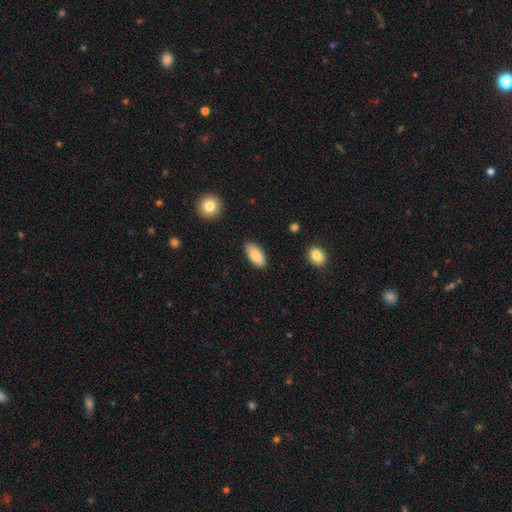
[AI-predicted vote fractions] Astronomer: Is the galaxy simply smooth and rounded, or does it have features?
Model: smooth — 83%.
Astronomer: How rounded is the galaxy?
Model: in between — 91%.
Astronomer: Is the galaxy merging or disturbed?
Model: none — 87%.